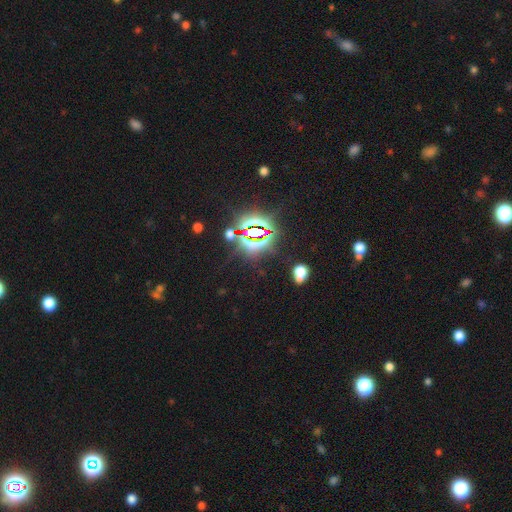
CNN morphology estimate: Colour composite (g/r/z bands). It shows a star or artifact, not a galaxy (82%).